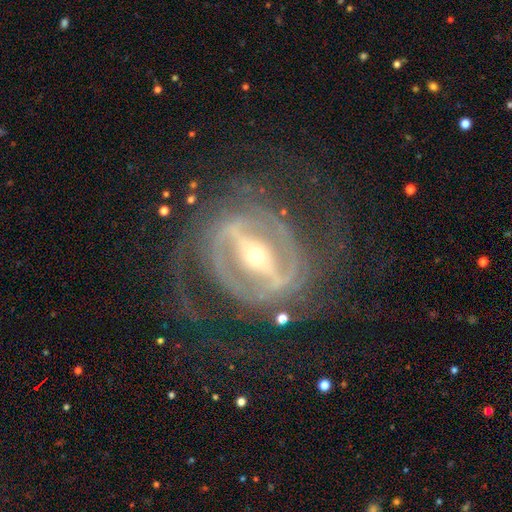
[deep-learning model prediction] This appears to be a featured or disk galaxy (90%) with a strong bar (81%), 2 (55%) tight (49%) spiral arms (88%) and a small central bulge (58%). Merging: none (67%).